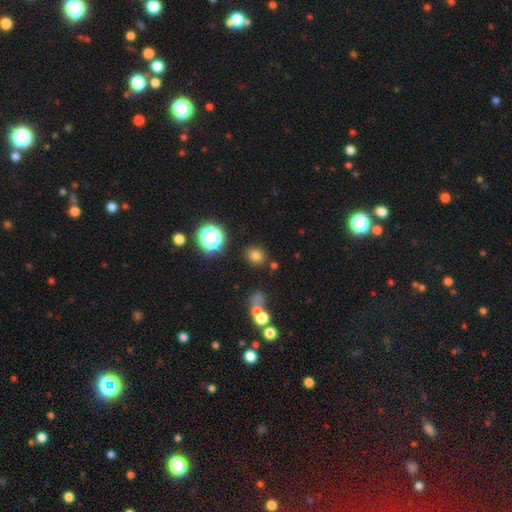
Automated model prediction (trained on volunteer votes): A smooth galaxy with no disk features (77%) that is round (78%). Merging: none (83%).